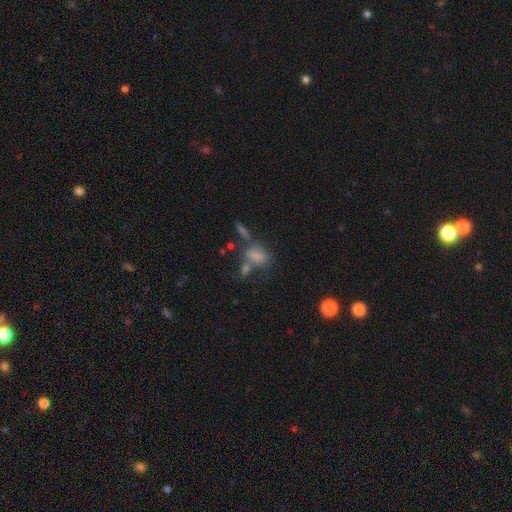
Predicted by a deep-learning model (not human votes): smooth 57%, star or artifact 22%, featured or disk 21%. Down the decision tree: how rounded — in between (72%); merging — none (41%).